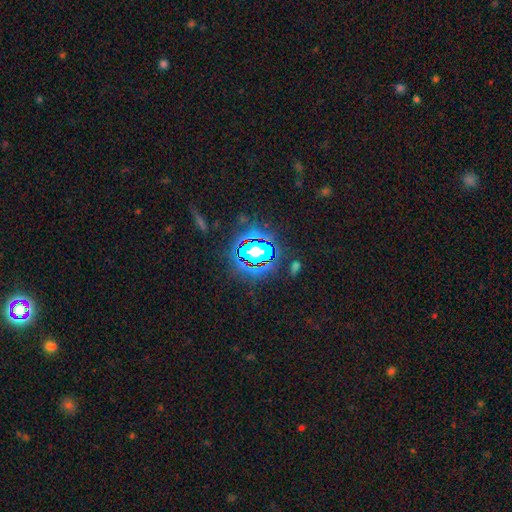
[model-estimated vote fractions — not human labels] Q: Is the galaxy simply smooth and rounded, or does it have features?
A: star or artifact — 81%.